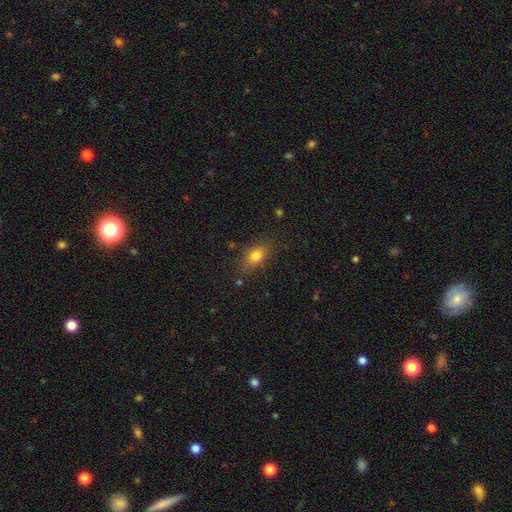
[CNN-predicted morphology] The model was most divided on "merging": none: 78%, minor disturbance: 15%, major disturbance: 5%, merger: 2%. More confident: smooth or featured — smooth (80%); how rounded — in between (80%).